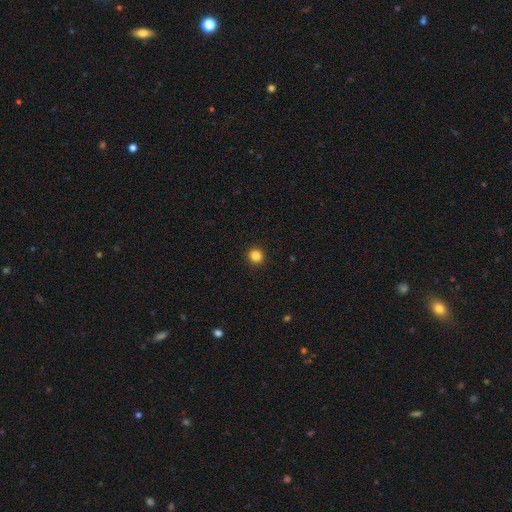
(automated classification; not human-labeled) smooth-or-featured: smooth: 85% | star or artifact: 12% | featured or disk: 4%
  how-rounded: round: 94% | in between: 5% | cigar-shaped: 1%
  merging: none: 93% | minor disturbance: 4% | major disturbance: 2% | merger: 1%